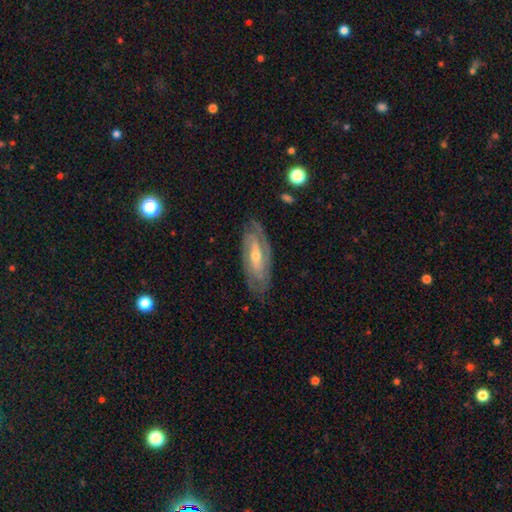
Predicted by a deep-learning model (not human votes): Smooth or featured? featured or disk (82%)
Edge-on disk? no (88%)
Bar? weak (40%)
Spiral arms? yes (90%)
Spiral winding? tight (60%)
Spiral arm count? 2 (59%)
Bulge size? small (49%)
Merging? none (79%)